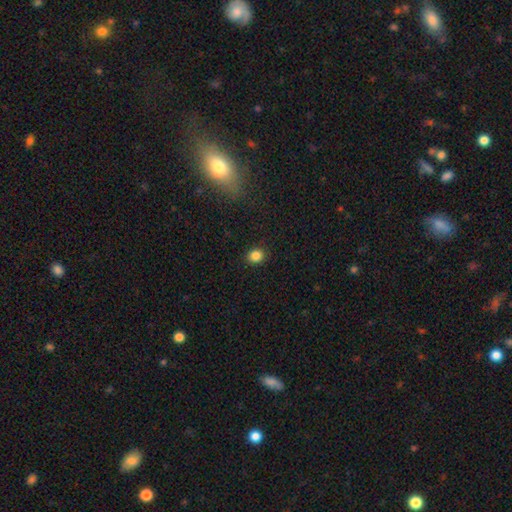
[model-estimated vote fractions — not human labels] Smooth or featured?
  - smooth: 85% *
  - star or artifact: 11%
  - featured or disk: 4%
How rounded?
  - round: 68% *
  - in between: 31%
  - cigar-shaped: 1%
Merging?
  - none: 90% *
  - minor disturbance: 7%
  - major disturbance: 2%
  - merger: 1%